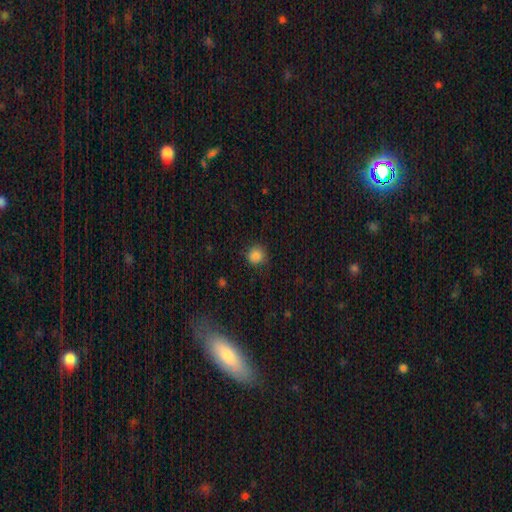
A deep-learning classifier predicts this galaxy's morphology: smooth 85%, star or artifact 11%, featured or disk 4%. Down the decision tree: how rounded — round (87%); merging — none (81%).